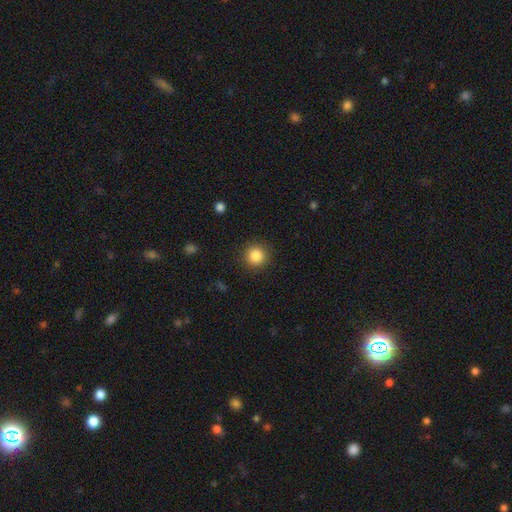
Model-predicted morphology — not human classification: smooth_or_featured: smooth (p=0.85) [alt: star or artifact p=0.10]
how_rounded: round (p=0.94) [alt: in between p=0.05]
merging: none (p=0.89) [alt: minor disturbance p=0.07]